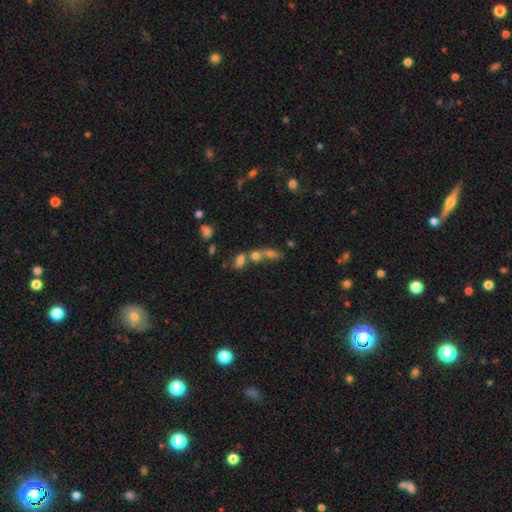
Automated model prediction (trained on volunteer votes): A smooth galaxy with no disk features (65%) that is in between round and cigar-shaped (62%).

Vote fractions:
- Smooth or featured? smooth: 65% / star or artifact: 18% / featured or disk: 17%
- How rounded? in between: 62% / round: 24% / cigar-shaped: 13%
- Merging? merger: 58% / none: 28% / minor disturbance: 8% / major disturbance: 6%